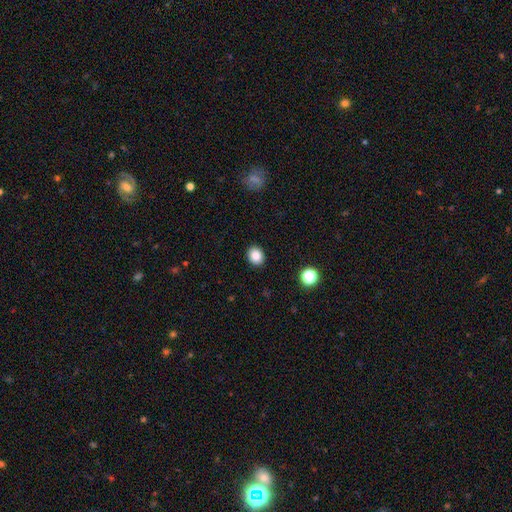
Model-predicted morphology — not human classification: Smooth or featured? Predicted: smooth (p=0.86). How rounded? Predicted: round (p=0.57). Merging? Predicted: none (p=0.90).